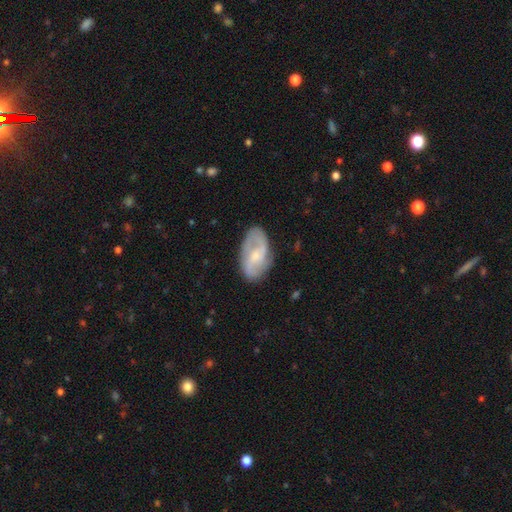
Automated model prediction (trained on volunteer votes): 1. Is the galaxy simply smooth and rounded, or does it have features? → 70% featured or disk, 24% smooth, 6% star or artifact.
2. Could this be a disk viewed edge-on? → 96% no, 4% yes.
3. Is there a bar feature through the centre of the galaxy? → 45% weak, 43% no, 12% strong.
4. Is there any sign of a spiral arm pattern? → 89% yes, 11% no.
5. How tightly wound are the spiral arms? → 42% medium, 38% loose, 20% tight.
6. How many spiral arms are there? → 79% 2, 12% can't tell, 4% 3, 3% 1, 1% 4, 1% more than 4.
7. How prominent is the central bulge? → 58% small, 34% moderate, 5% none, 2% large, 1% dominant.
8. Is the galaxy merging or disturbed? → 76% none, 17% minor disturbance, 5% major disturbance, 1% merger.